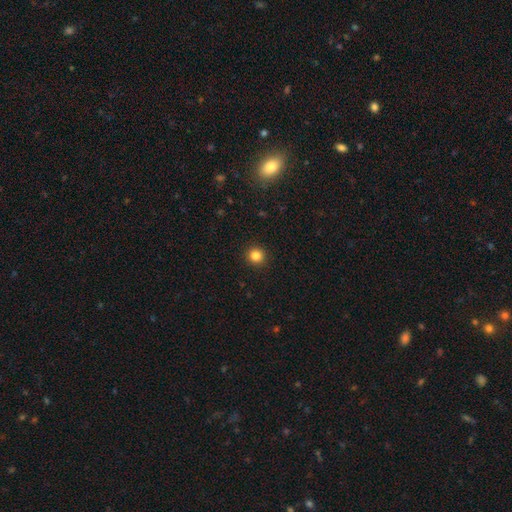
smooth 84%, featured or disk 8%, star or artifact 8%. Down the decision tree: how rounded — round (94%); merging — none (89%).